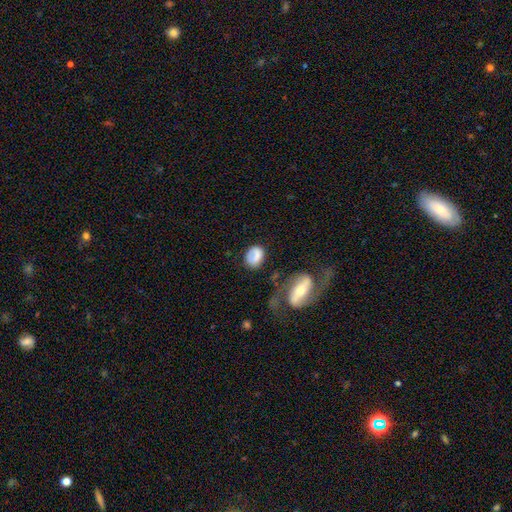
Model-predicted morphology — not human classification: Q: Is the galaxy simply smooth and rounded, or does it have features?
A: smooth — 68%.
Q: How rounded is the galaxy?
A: in between — 59%.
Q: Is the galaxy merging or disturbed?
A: none — 59%.